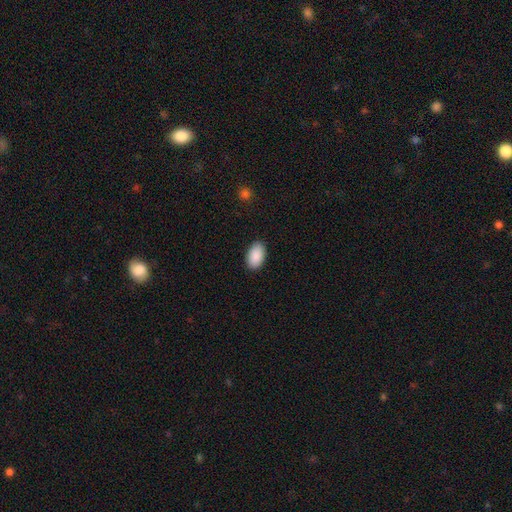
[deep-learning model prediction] The model was most divided on "merging": none: 88%, minor disturbance: 9%, major disturbance: 2%, merger: 1%. More confident: how rounded — in between (94%); smooth or featured — smooth (91%).